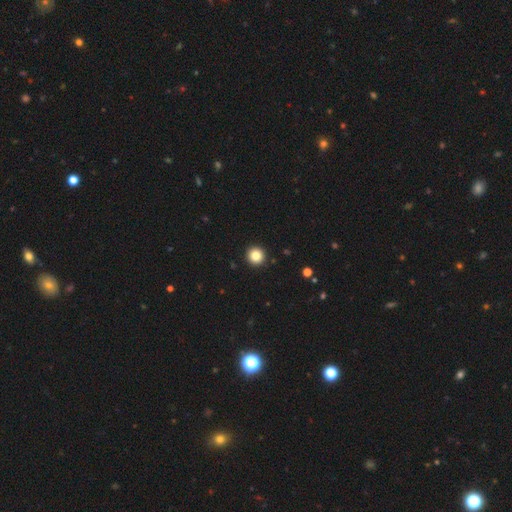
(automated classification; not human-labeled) Smooth or featured: smooth — 84% (star or artifact — 11%)
How rounded: round — 96% (in between — 3%)
Merging: none — 94% (minor disturbance — 4%)